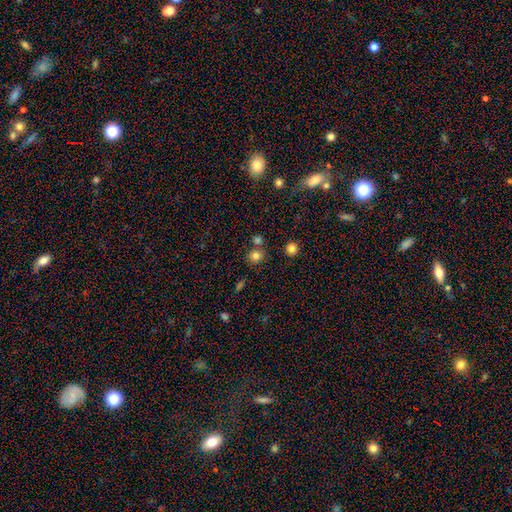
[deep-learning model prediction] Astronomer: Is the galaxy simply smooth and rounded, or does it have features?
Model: smooth — 81%.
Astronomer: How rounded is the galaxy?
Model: round — 78%.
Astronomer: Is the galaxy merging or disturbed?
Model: none — 73%.